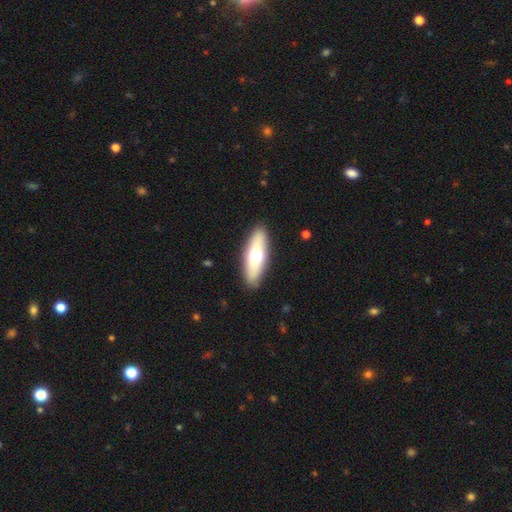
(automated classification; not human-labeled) A smooth galaxy with no disk features (60%) that is in between round and cigar-shaped (54%).

Vote fractions:
- Smooth or featured? smooth: 60% / featured or disk: 34% / star or artifact: 5%
- How rounded? in between: 54% / cigar-shaped: 44% / round: 2%
- Merging? none: 89% / minor disturbance: 8% / major disturbance: 2% / merger: 1%